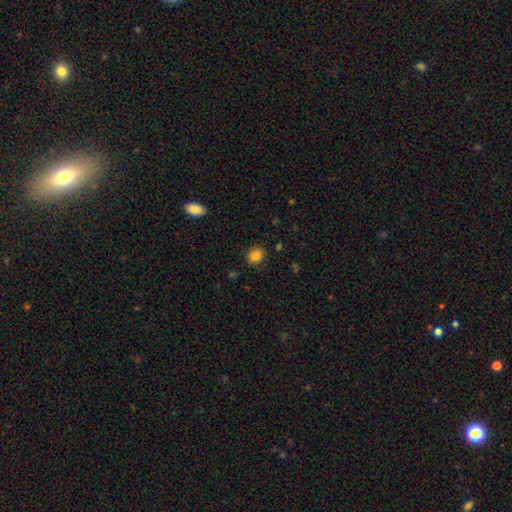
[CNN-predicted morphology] Overall: smooth (84%). How rounded: round (71%). Merging: none (84%).